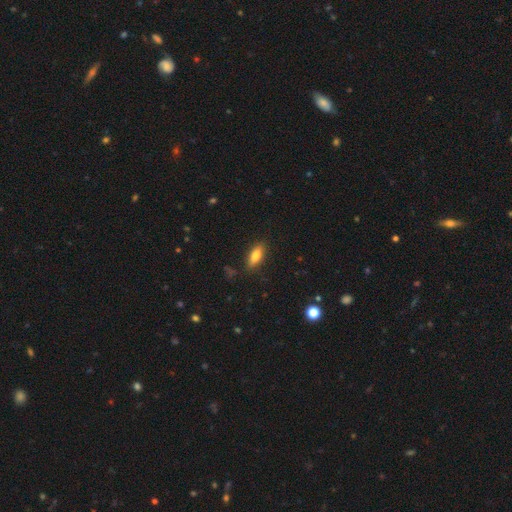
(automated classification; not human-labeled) smooth-or-featured: smooth: 82% | featured or disk: 11% | star or artifact: 8%
  how-rounded: in between: 77% | cigar-shaped: 20% | round: 3%
  merging: none: 84% | minor disturbance: 11% | major disturbance: 3% | merger: 1%